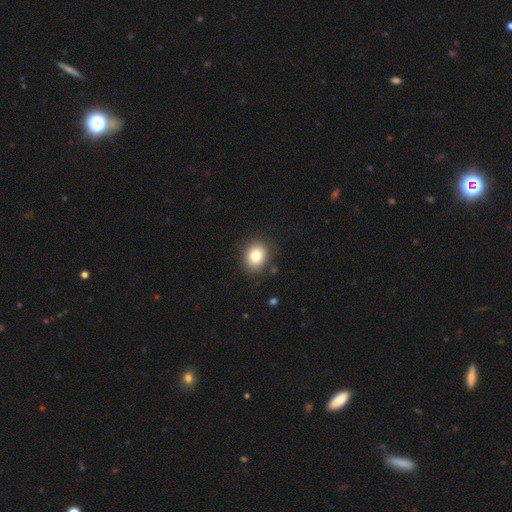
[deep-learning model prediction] Smooth or featured? Predicted: smooth (p=0.81). How rounded? Predicted: round (p=0.54). Merging? Predicted: none (p=0.87).